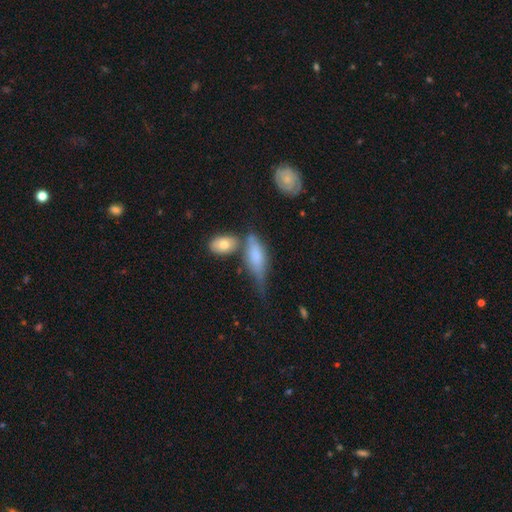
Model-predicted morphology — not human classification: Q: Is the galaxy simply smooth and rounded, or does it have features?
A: smooth — 59%.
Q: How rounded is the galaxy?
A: in between — 65%.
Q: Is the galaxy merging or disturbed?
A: none — 32%.